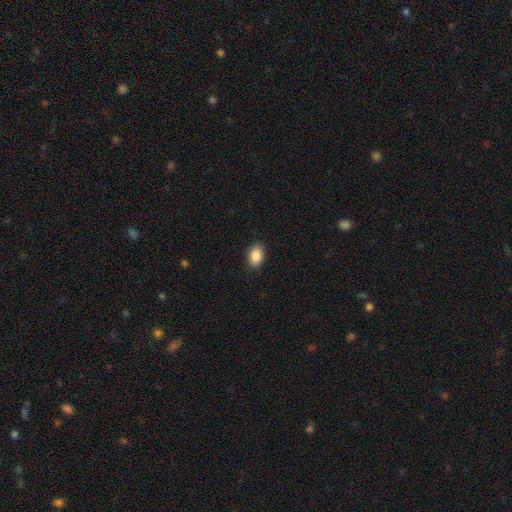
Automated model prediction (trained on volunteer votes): Smooth or featured?
  - smooth: 89% *
  - star or artifact: 7%
  - featured or disk: 4%
How rounded?
  - in between: 86% *
  - round: 13%
  - cigar-shaped: 1%
Merging?
  - none: 87% *
  - minor disturbance: 10%
  - major disturbance: 2%
  - merger: 1%